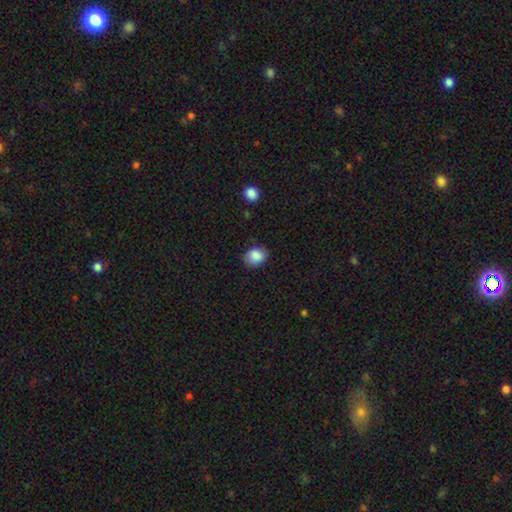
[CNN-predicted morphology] Smooth or featured? smooth (87%)
How rounded? in between (51%)
Merging? none (75%)